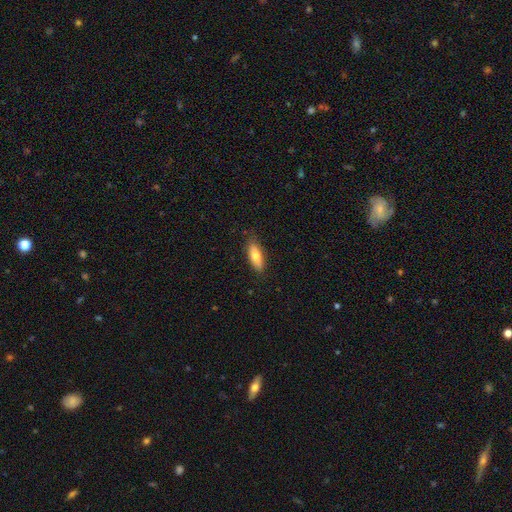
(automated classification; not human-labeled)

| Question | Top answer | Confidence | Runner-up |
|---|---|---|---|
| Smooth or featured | smooth | 75% | featured or disk (19%) |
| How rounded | in between | 65% | cigar-shaped (33%) |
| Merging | none | 84% | minor disturbance (13%) |